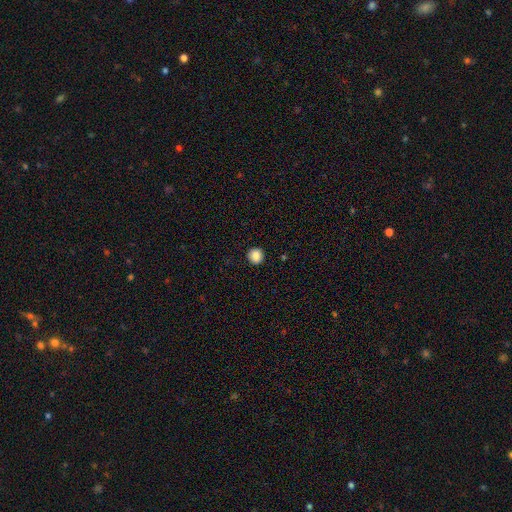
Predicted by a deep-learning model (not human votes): This appears to be a smooth galaxy with no disk features (87%) that is round (94%). Merging: none (93%).